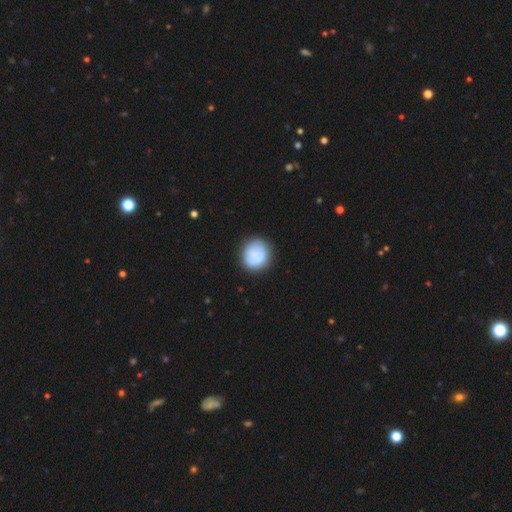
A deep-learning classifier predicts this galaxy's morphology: The model was most divided on "merging": none: 82%, minor disturbance: 12%, major disturbance: 4%, merger: 2%. More confident: how rounded — round (85%); smooth or featured — smooth (83%).